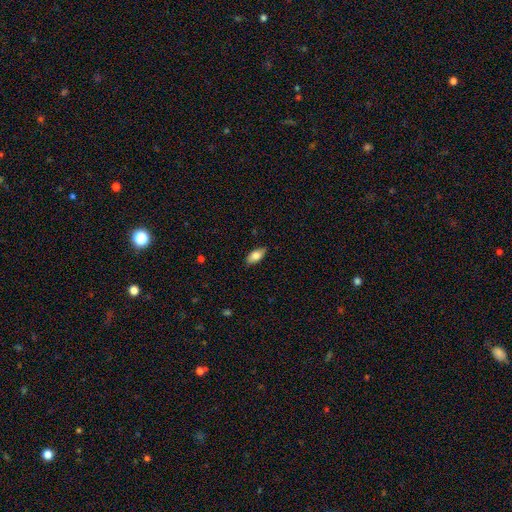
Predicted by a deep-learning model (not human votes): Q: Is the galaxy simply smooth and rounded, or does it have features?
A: smooth — 80%.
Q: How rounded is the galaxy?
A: in between — 89%.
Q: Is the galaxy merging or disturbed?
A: none — 85%.